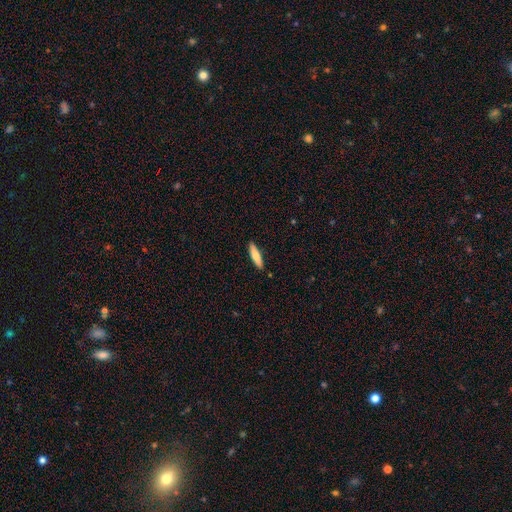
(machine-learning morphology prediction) smooth 73%, featured or disk 22%, star or artifact 5%. Down the decision tree: how rounded — cigar-shaped (76%); merging — none (90%).